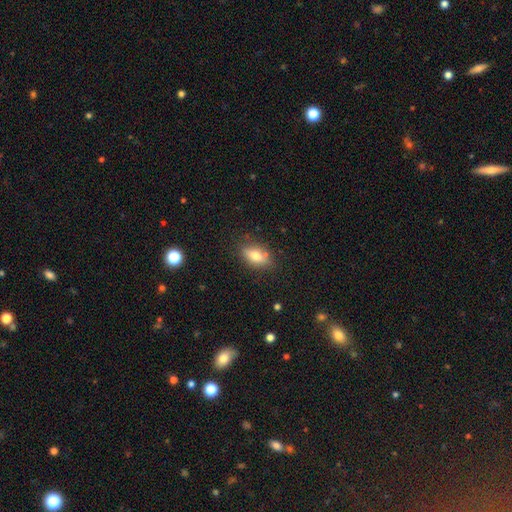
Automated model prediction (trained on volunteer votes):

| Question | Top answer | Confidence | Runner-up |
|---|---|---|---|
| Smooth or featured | smooth | 61% | featured or disk (30%) |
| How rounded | in between | 77% | cigar-shaped (15%) |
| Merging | none | 80% | minor disturbance (14%) |